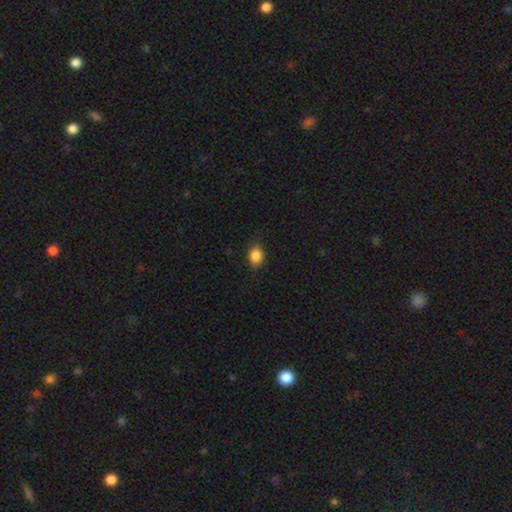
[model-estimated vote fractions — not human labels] This appears to be a smooth galaxy with no disk features (86%) that is round (55%). Merging: none (82%).